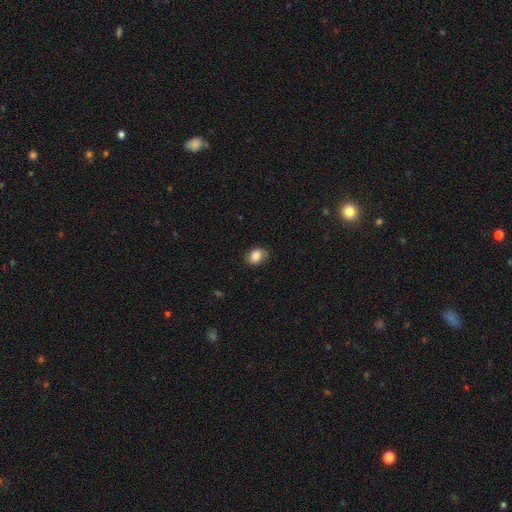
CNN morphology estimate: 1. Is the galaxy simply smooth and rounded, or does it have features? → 86% smooth, 8% star or artifact, 6% featured or disk.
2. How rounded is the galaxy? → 63% in between, 36% round, 1% cigar-shaped.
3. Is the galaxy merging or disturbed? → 72% none, 22% minor disturbance, 5% major disturbance, 1% merger.